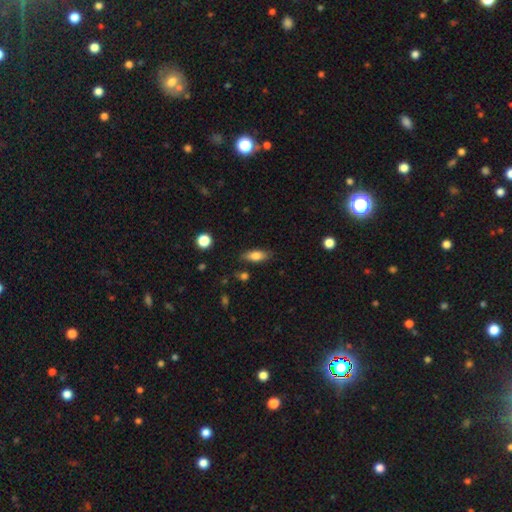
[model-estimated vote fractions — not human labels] Smooth or featured? smooth (77%)
How rounded? in between (76%)
Merging? none (81%)